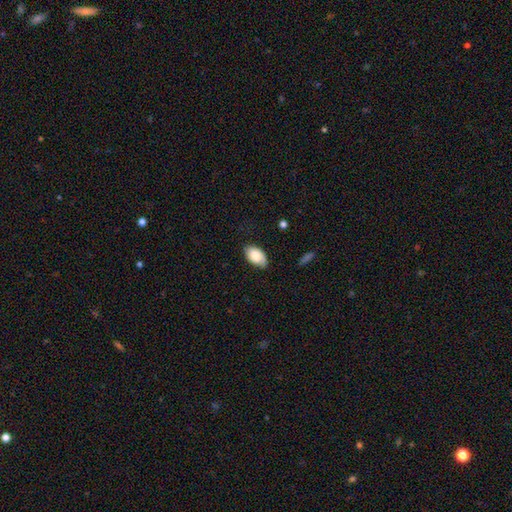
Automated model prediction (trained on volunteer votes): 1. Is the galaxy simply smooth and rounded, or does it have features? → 80% smooth, 14% featured or disk, 7% star or artifact.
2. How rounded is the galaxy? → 93% in between, 5% round, 1% cigar-shaped.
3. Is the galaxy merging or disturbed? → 74% none, 21% minor disturbance, 4% major disturbance, 1% merger.